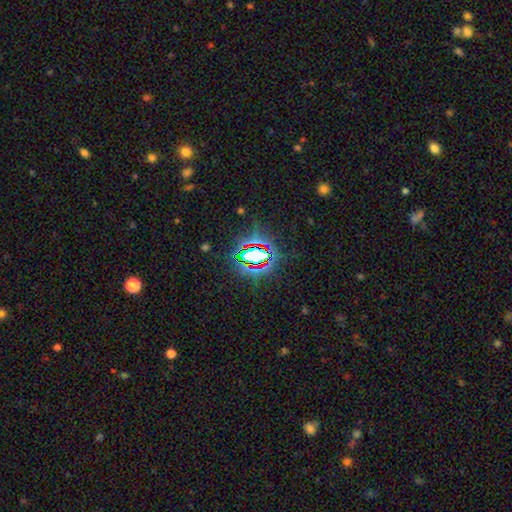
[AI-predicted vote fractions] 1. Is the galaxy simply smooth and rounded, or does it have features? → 72% star or artifact, 17% smooth, 11% featured or disk.